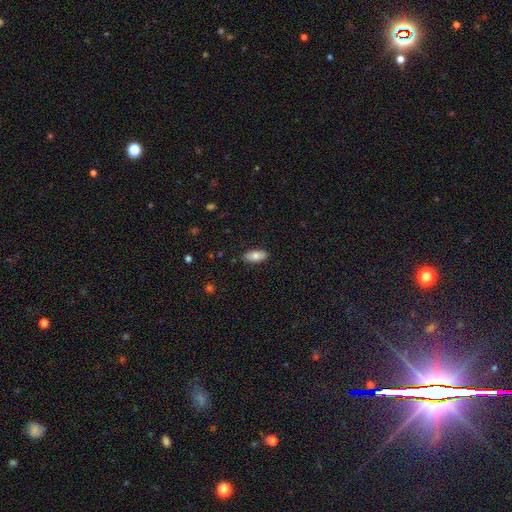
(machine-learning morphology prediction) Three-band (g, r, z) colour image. It shows a smooth galaxy with no disk features (77%) that is in between round and cigar-shaped (90%). Merging: none (87%).